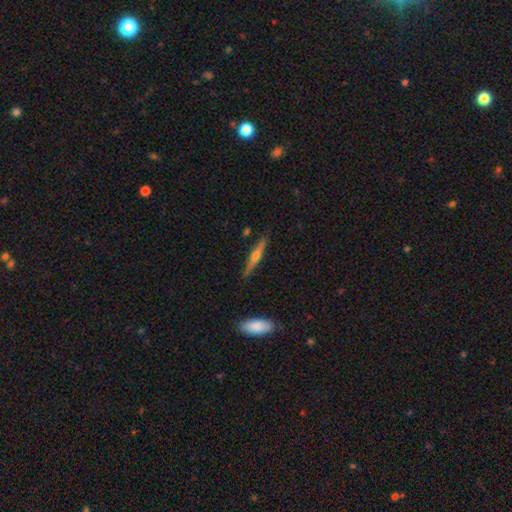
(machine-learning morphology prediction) Q: Smooth or featured?
A: featured or disk (62%); runner-up: smooth (32%)
Q: Edge-on disk?
A: yes (96%); runner-up: no (4%)
Q: Edge-on bulge?
A: rounded (88%); runner-up: none (8%)
Q: Merging?
A: none (87%); runner-up: minor disturbance (9%)